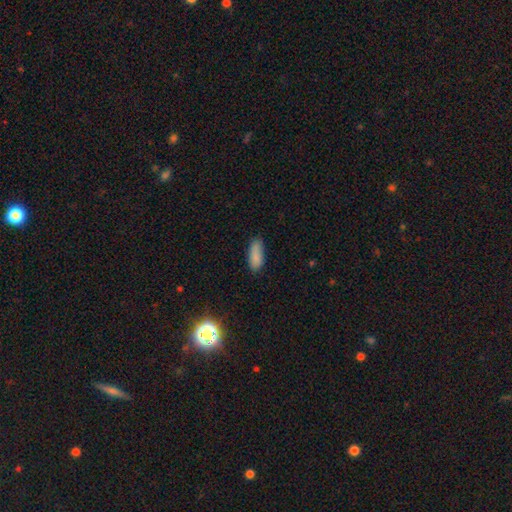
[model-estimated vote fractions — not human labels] Overall: smooth (85%). How rounded: in between (79%). Merging: none (79%).